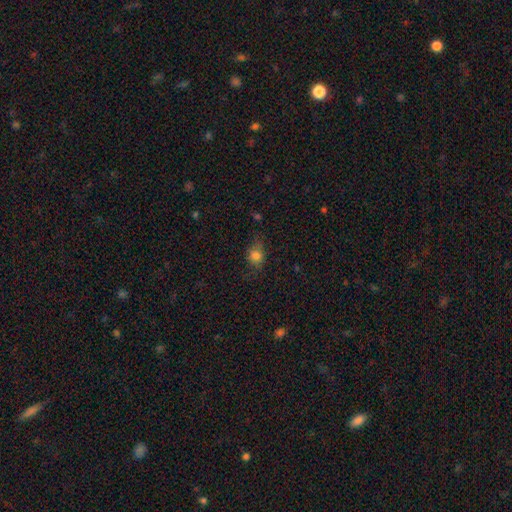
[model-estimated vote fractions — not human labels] smooth-or-featured: smooth: 78% | star or artifact: 12% | featured or disk: 10%
  how-rounded: in between: 52% | round: 45% | cigar-shaped: 3%
  merging: none: 62% | minor disturbance: 26% | major disturbance: 11% | merger: 2%